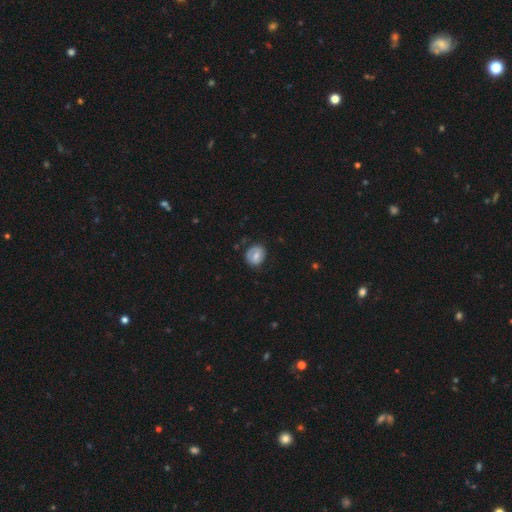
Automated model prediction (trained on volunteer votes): smooth_or_featured: smooth (p=0.56) [alt: featured or disk p=0.36]
how_rounded: round (p=0.72) [alt: in between p=0.27]
merging: none (p=0.75) [alt: minor disturbance p=0.19]